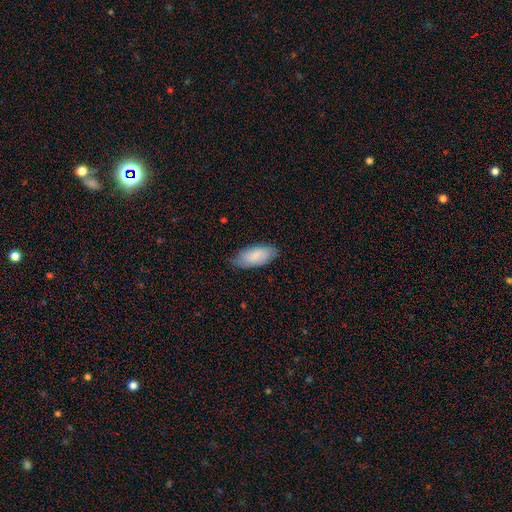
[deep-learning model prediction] Smooth or featured? smooth (84%)
How rounded? in between (89%)
Merging? none (77%)